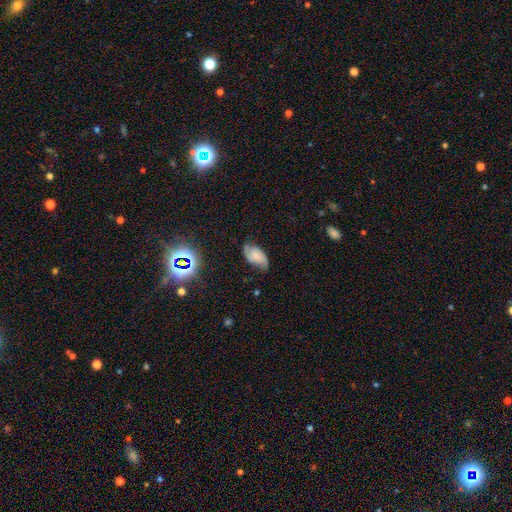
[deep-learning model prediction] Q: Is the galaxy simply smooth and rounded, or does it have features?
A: featured or disk — 62%.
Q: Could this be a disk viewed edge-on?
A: no — 96%.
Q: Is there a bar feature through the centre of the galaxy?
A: no — 62%.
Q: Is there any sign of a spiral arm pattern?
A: yes — 93%.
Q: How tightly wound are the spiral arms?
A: medium — 43%.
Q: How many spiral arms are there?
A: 2 — 88%.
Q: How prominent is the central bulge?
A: none — 50%.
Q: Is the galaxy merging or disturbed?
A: none — 68%.